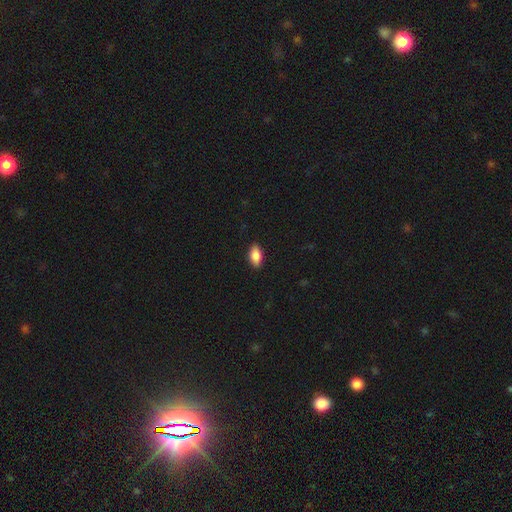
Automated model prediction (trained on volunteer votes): The model was most divided on "smooth or featured": smooth: 85%, featured or disk: 8%, star or artifact: 7%. More confident: how rounded — in between (91%); merging — none (89%).